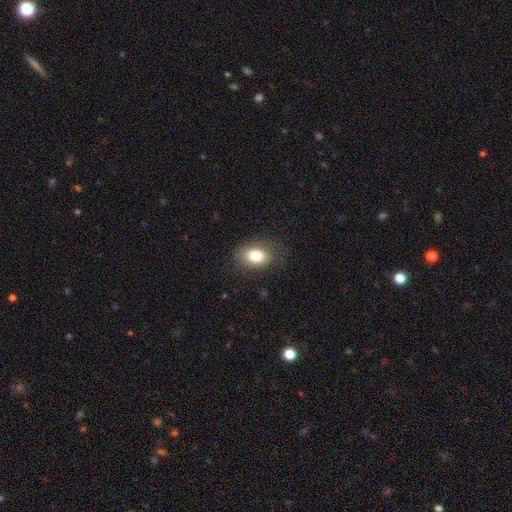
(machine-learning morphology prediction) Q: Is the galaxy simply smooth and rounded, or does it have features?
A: smooth — 79%.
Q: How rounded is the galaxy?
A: in between — 72%.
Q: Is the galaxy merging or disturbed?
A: none — 82%.